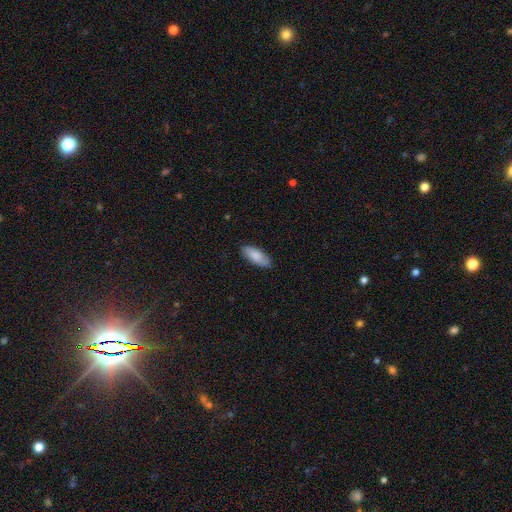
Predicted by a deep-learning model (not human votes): The model was most divided on "how rounded": in between: 79%, cigar-shaped: 19%, round: 2%. More confident: merging — none (86%); smooth or featured — smooth (82%).